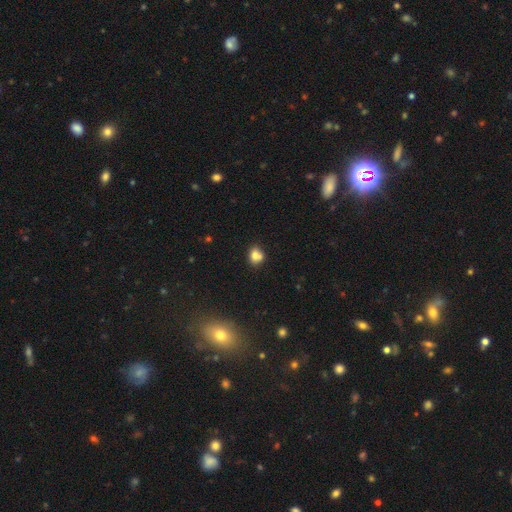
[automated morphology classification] The model was most divided on "how rounded": round: 59%, in between: 40%, cigar-shaped: 1%. Remaining: smooth or featured — smooth (77%); merging — none (49%).